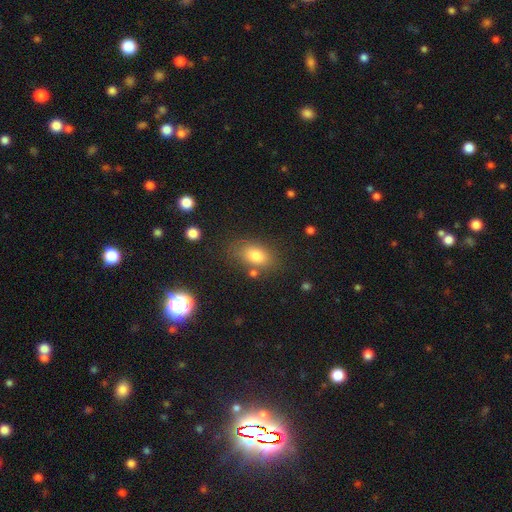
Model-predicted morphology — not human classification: Smooth or featured? smooth (79%)
How rounded? in between (82%)
Merging? none (74%)